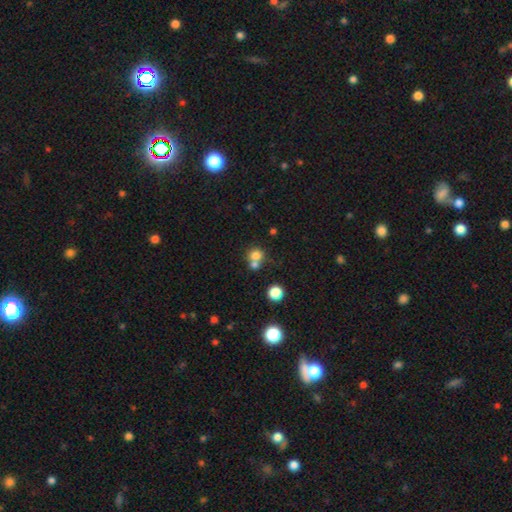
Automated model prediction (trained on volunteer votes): Q: Smooth or featured?
A: smooth (75%); runner-up: star or artifact (14%)
Q: How rounded?
A: round (84%); runner-up: in between (15%)
Q: Merging?
A: merger (47%); runner-up: none (43%)